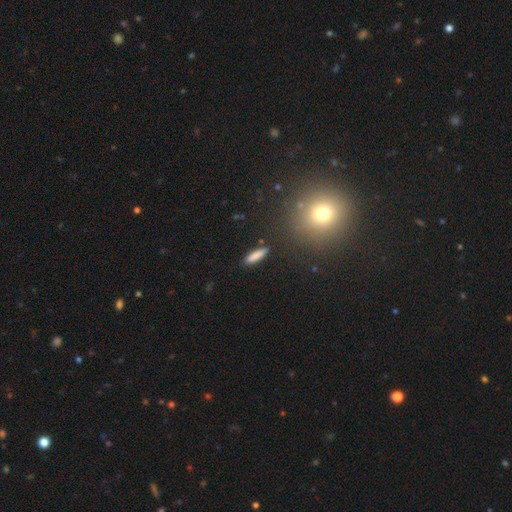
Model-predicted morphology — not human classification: A smooth galaxy with no disk features (84%) that is cigar-shaped (74%). Merging: none (87%).